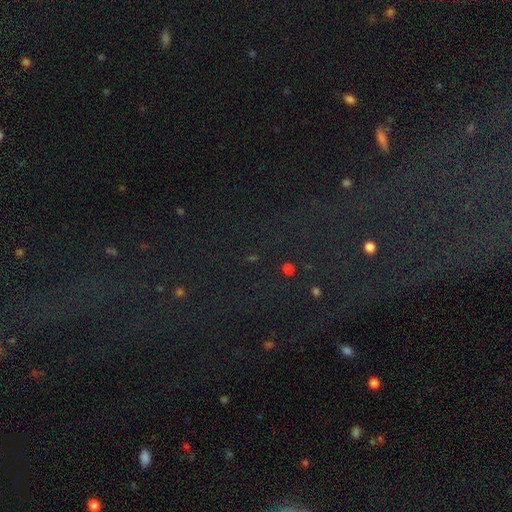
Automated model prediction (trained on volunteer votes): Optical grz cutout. It shows a star or artifact, not a galaxy (74%).